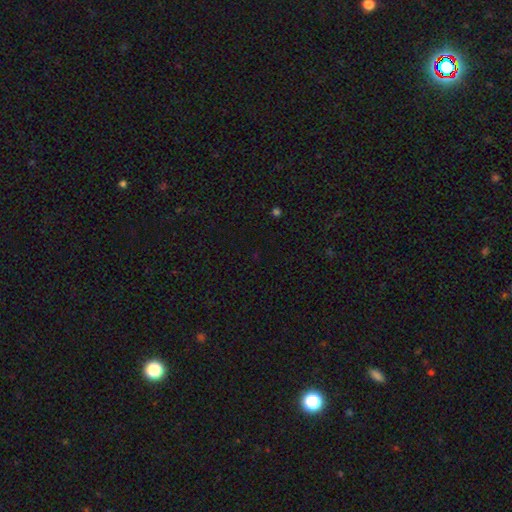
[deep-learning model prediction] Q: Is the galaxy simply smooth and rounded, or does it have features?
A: star or artifact — 66%.